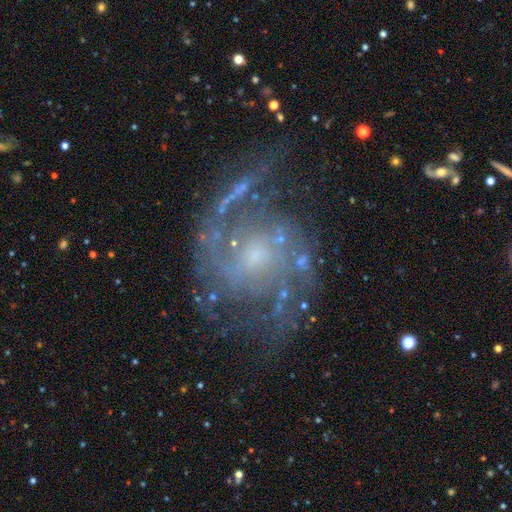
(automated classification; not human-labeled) A featured or disk galaxy (87%) with no bar (57%), 2 (74%) medium (49%) spiral arms (95%) and a small central bulge (61%).

Vote fractions:
- Smooth or featured? featured or disk: 87% / star or artifact: 8% / smooth: 5%
- Edge-on disk? no: 98% / yes: 2%
- Bar? no: 57% / weak: 34% / strong: 8%
- Spiral arms? yes: 95% / no: 5%
- Spiral winding? medium: 49% / loose: 29% / tight: 22%
- Spiral arm count? 2: 74% / can't tell: 10% / 3: 5% / 1: 4% / 4: 3% / more than 4: 3%
- Bulge size? small: 61% / moderate: 27% / none: 8% / large: 2% / dominant: 1%
- Merging? none: 65% / minor disturbance: 17% / major disturbance: 15% / merger: 3%